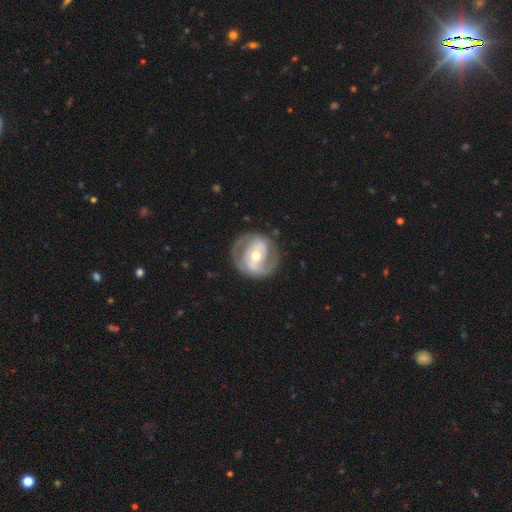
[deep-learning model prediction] Overall: featured or disk (79%). Edge-on disk: no (97%). Bar: no (42%; weak 34%). Spiral arms: yes (83%). Spiral arm count: 2 (79%). Spiral winding: medium (42%; tight 41%). Bulge size: moderate (68%). Merging: none (76%).